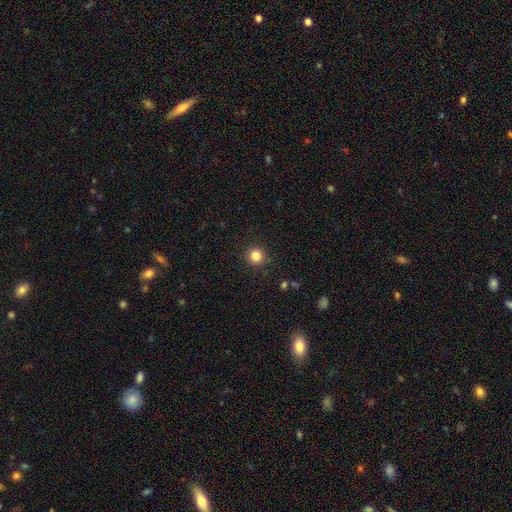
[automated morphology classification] Smooth or featured?
  - smooth: 83% *
  - star or artifact: 12%
  - featured or disk: 5%
How rounded?
  - round: 94% *
  - in between: 5%
  - cigar-shaped: 1%
Merging?
  - none: 91% *
  - minor disturbance: 6%
  - major disturbance: 2%
  - merger: 1%